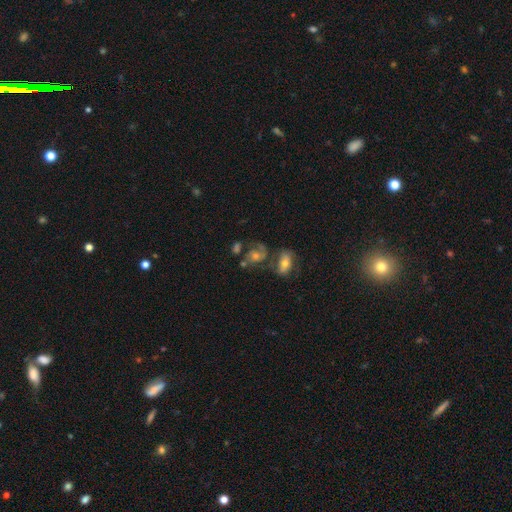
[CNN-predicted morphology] Smooth or featured? Predicted: featured or disk (p=0.61). Edge-on disk? Predicted: no (p=0.95). Bar? Predicted: no (p=0.72). Spiral arms? Predicted: yes (p=0.80). Bulge size? Predicted: moderate (p=0.59). Merging? Predicted: none (p=0.41).